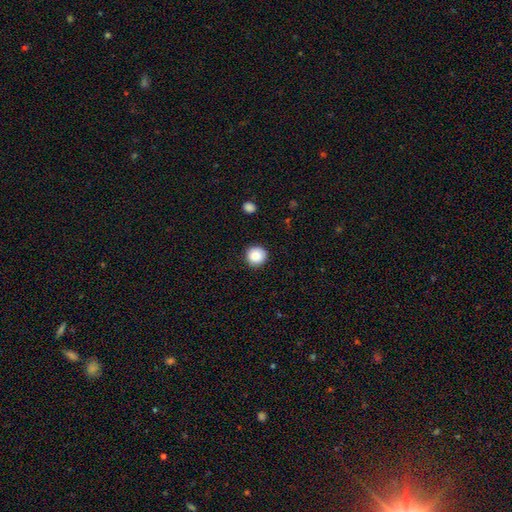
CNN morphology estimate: Q: Smooth or featured?
A: smooth (86%); runner-up: star or artifact (9%)
Q: How rounded?
A: round (94%); runner-up: in between (5%)
Q: Merging?
A: none (90%); runner-up: minor disturbance (7%)